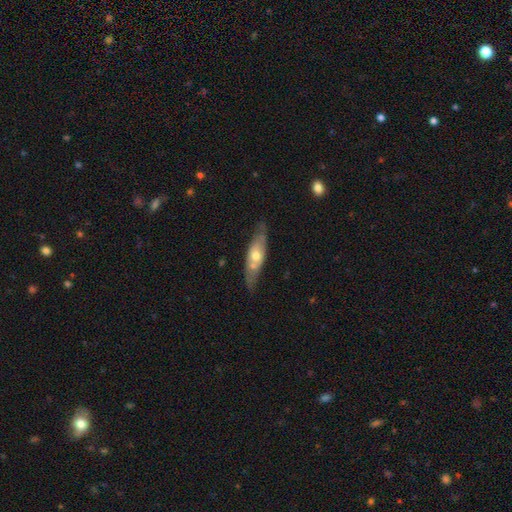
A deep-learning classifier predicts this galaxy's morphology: type=featured or disk (54%); edge-on=no (54%); merging=none (68%).